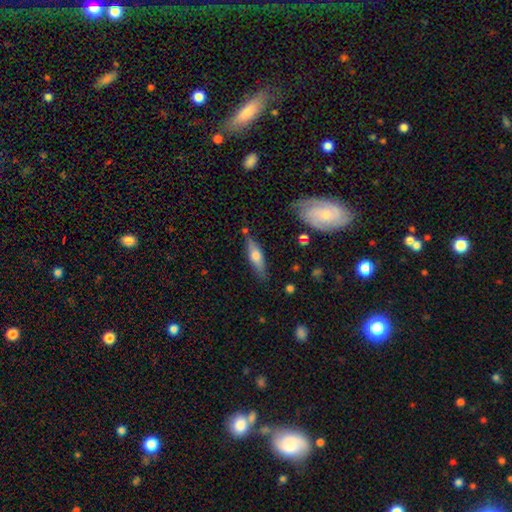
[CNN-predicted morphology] Smooth or featured? Predicted: smooth (p=0.53). How rounded? Predicted: cigar-shaped (p=0.55). Merging? Predicted: none (p=0.76).